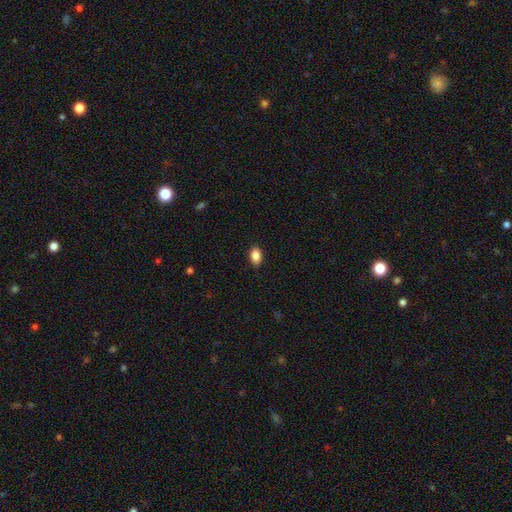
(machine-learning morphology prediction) This is clearly a smooth galaxy (87%). How rounded: clearly in between (89%). Merging: clearly none (89%).